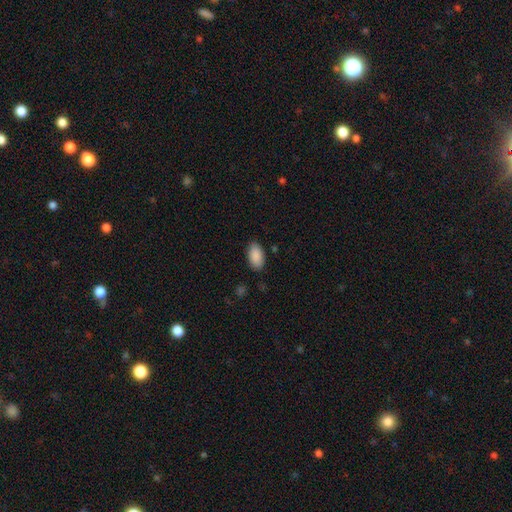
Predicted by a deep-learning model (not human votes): Overall: smooth (90%). How rounded: in between (95%). Merging: none (86%).